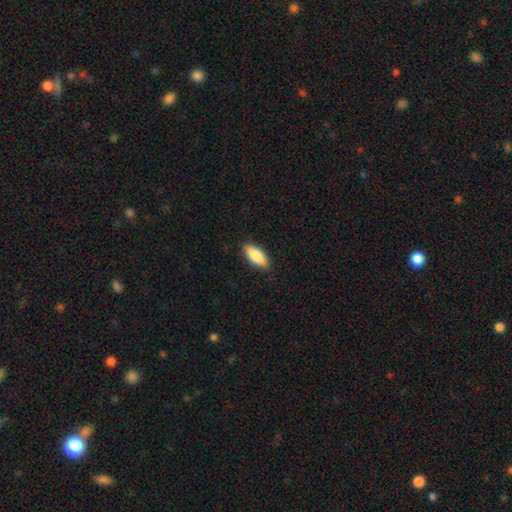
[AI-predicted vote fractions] A smooth galaxy with no disk features (80%) that is in between round and cigar-shaped (72%). Merging: none (87%).